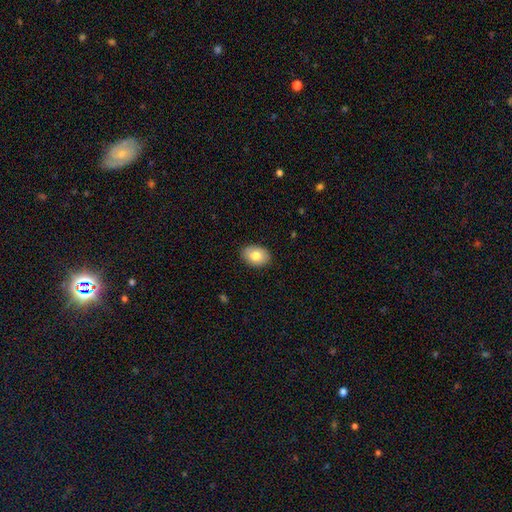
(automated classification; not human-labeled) Smooth or featured? smooth (79%)
How rounded? in between (81%)
Merging? none (88%)